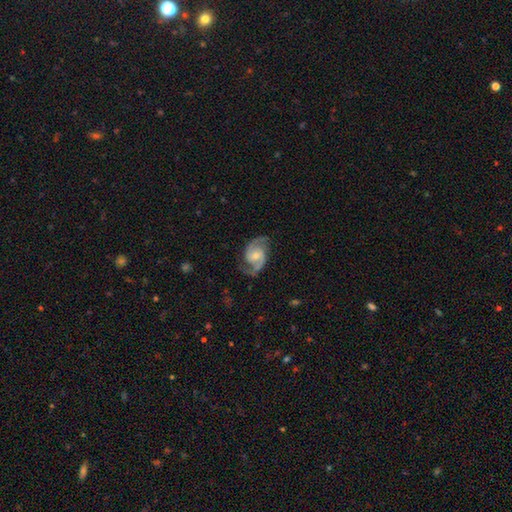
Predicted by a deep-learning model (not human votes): Smooth or featured?
  - featured or disk: 90% *
  - smooth: 5%
  - star or artifact: 4%
Edge-on disk?
  - no: 98% *
  - yes: 2%
Bar?
  - no: 53% *
  - weak: 37%
  - strong: 9%
Spiral arms?
  - yes: 98% *
  - no: 2%
Spiral winding?
  - medium: 58% *
  - loose: 22%
  - tight: 20%
Spiral arm count?
  - 2: 93% *
  - can't tell: 2%
  - 3: 1%
  - 1: 1%
  - 4: 1%
  - more than 4: 1%
Bulge size?
  - moderate: 50% *
  - small: 44%
  - large: 3%
  - none: 2%
  - dominant: 1%
Merging?
  - none: 79% *
  - minor disturbance: 14%
  - major disturbance: 6%
  - merger: 1%